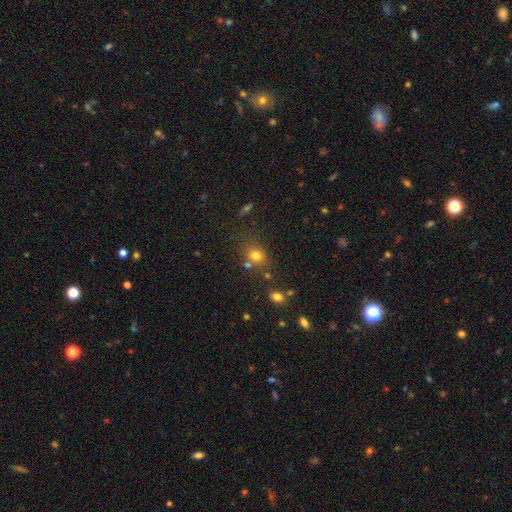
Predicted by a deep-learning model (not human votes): Overall: smooth (74%). How rounded: round (64%; in between 35%). Merging: none (66%).